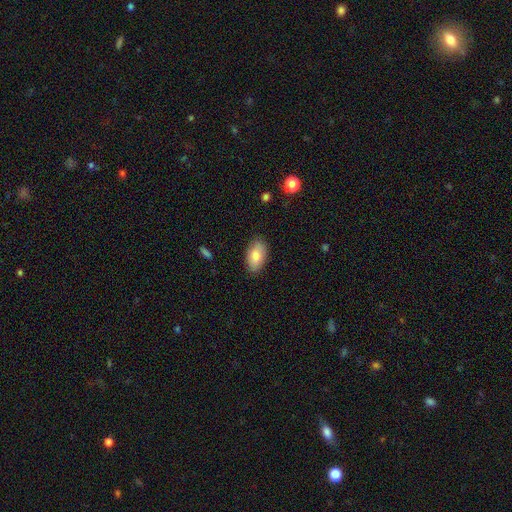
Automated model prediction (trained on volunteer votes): A smooth galaxy with no disk features (82%) that is in between round and cigar-shaped (94%). Merging: none (85%).